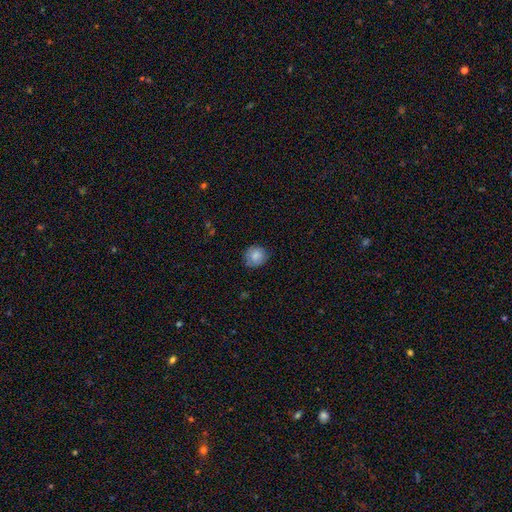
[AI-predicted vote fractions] This is clearly a smooth galaxy (84%). How rounded: clearly round (86%). Merging: likely none (80%).